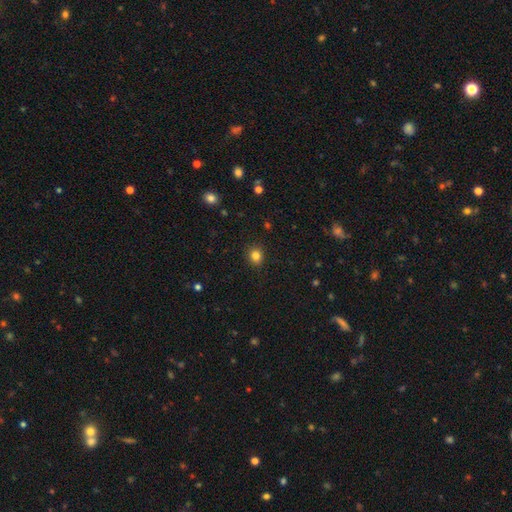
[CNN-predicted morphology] Smooth or featured?
  - smooth: 83% *
  - star or artifact: 12%
  - featured or disk: 5%
How rounded?
  - round: 75% *
  - in between: 24%
  - cigar-shaped: 1%
Merging?
  - none: 89% *
  - minor disturbance: 7%
  - major disturbance: 2%
  - merger: 1%